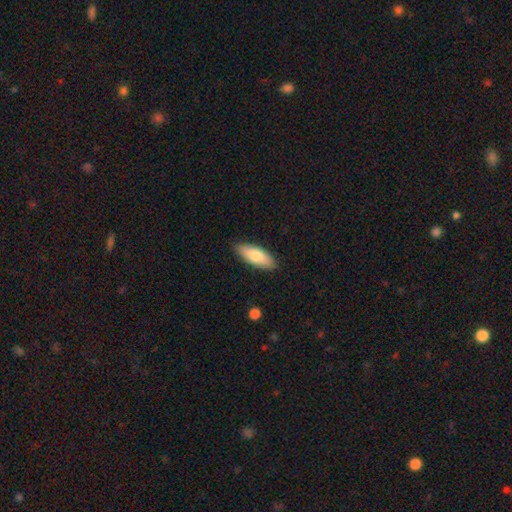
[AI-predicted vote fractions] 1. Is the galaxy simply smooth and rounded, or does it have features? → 77% smooth, 17% featured or disk, 5% star or artifact.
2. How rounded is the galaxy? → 75% in between, 23% cigar-shaped, 2% round.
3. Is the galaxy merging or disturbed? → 87% none, 10% minor disturbance, 2% major disturbance, 1% merger.